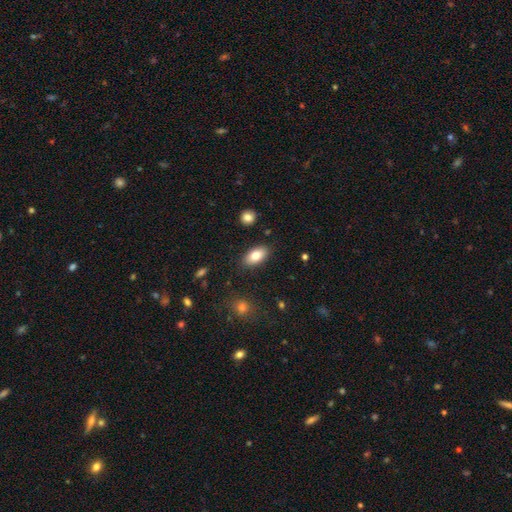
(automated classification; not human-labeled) A smooth galaxy with no disk features (80%) that is in between round and cigar-shaped (92%). Merging: none (86%).